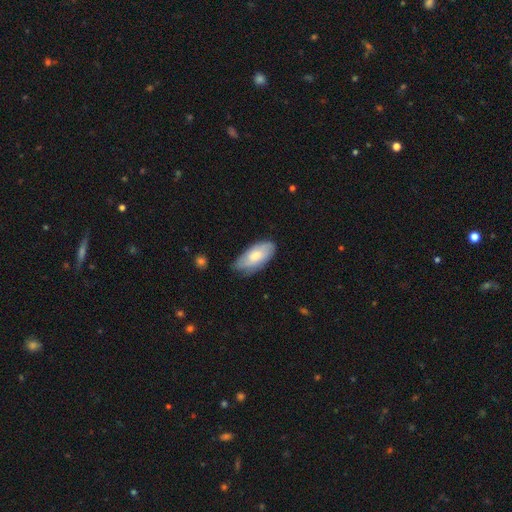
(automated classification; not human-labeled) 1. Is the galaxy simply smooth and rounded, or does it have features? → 66% smooth, 28% featured or disk, 6% star or artifact.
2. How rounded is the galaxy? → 90% in between, 8% cigar-shaped, 2% round.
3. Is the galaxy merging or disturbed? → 68% none, 26% minor disturbance, 5% major disturbance, 1% merger.